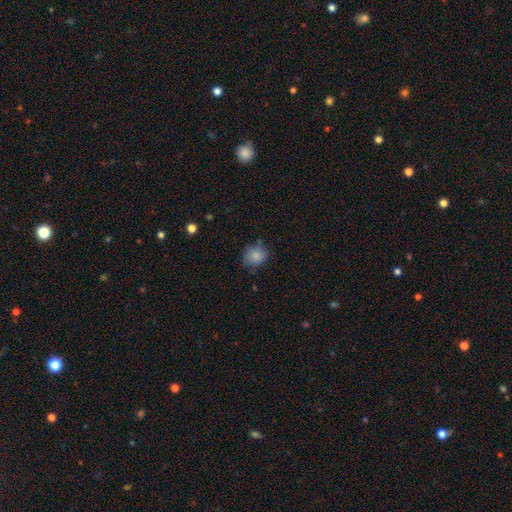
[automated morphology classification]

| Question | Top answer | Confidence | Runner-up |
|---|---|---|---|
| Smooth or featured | smooth | 85% | star or artifact (9%) |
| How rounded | round | 69% | in between (30%) |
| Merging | none | 77% | minor disturbance (18%) |